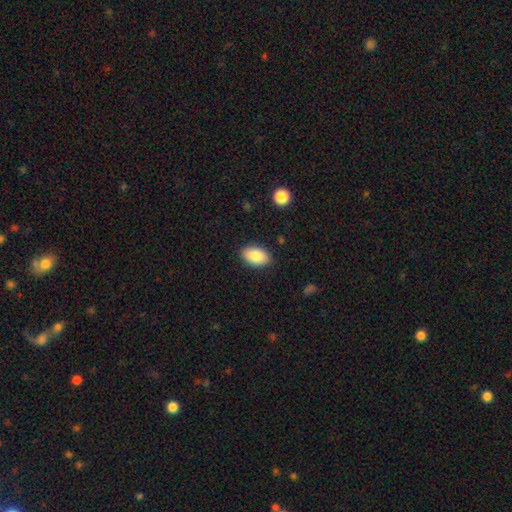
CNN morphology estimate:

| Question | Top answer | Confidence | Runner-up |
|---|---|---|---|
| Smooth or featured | smooth | 87% | star or artifact (7%) |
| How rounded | in between | 92% | round (6%) |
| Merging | none | 87% | minor disturbance (9%) |